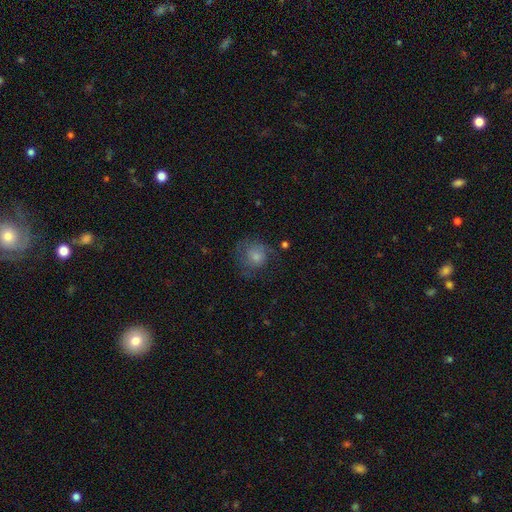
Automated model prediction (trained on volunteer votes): Smooth or featured?
  - smooth: 59% *
  - featured or disk: 31%
  - star or artifact: 10%
How rounded?
  - round: 82% *
  - in between: 17%
  - cigar-shaped: 1%
Merging?
  - none: 55% *
  - minor disturbance: 22%
  - major disturbance: 21%
  - merger: 2%